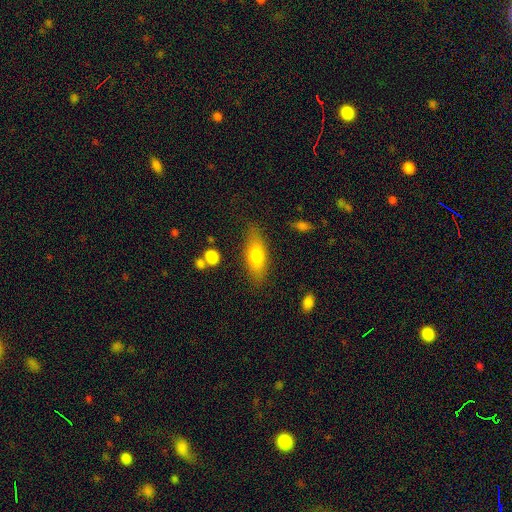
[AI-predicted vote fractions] Morphology: type=smooth (71%); roundness=in between (66%); merging=none (79%).